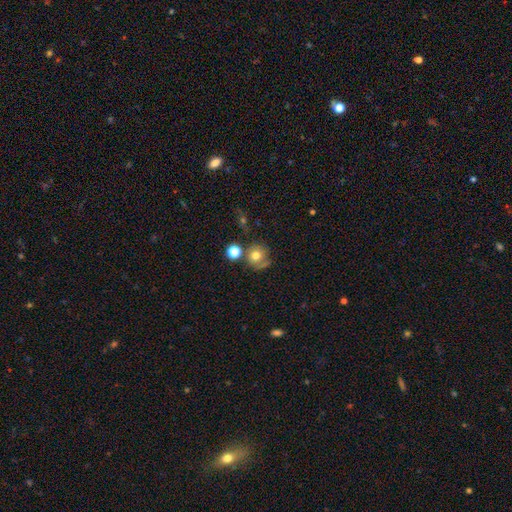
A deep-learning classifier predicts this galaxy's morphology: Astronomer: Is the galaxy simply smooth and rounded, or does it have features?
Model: smooth — 71%.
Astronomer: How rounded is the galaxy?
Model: round — 88%.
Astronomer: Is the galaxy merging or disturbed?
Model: none — 60%.